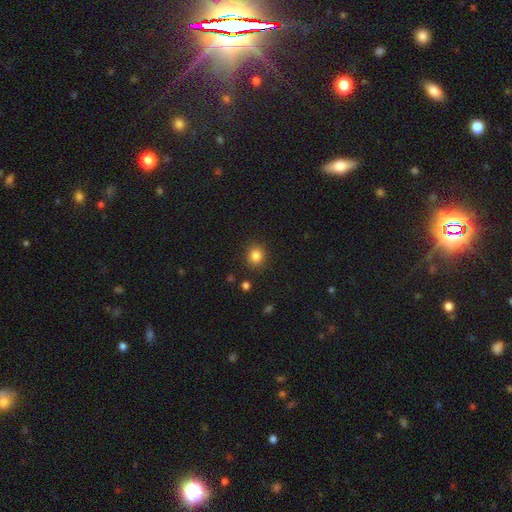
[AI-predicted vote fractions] smooth_or_featured: smooth (p=0.84) [alt: star or artifact p=0.11]
how_rounded: round (p=0.80) [alt: in between p=0.19]
merging: none (p=0.89) [alt: minor disturbance p=0.07]